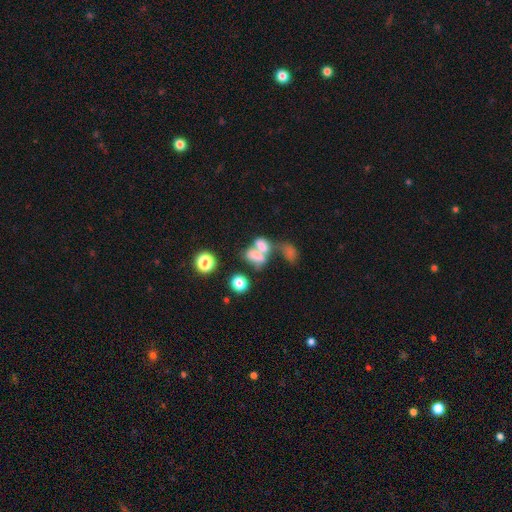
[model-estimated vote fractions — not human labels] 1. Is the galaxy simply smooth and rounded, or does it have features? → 62% smooth, 23% featured or disk, 15% star or artifact.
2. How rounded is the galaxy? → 76% in between, 21% round, 3% cigar-shaped.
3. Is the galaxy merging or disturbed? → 63% merger, 17% none, 13% major disturbance, 8% minor disturbance.